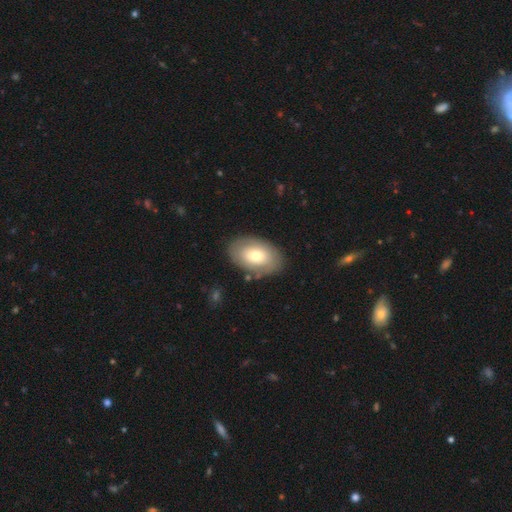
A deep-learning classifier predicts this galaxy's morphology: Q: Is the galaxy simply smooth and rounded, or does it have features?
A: smooth — 66%.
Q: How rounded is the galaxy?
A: in between — 90%.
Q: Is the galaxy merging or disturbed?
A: none — 82%.